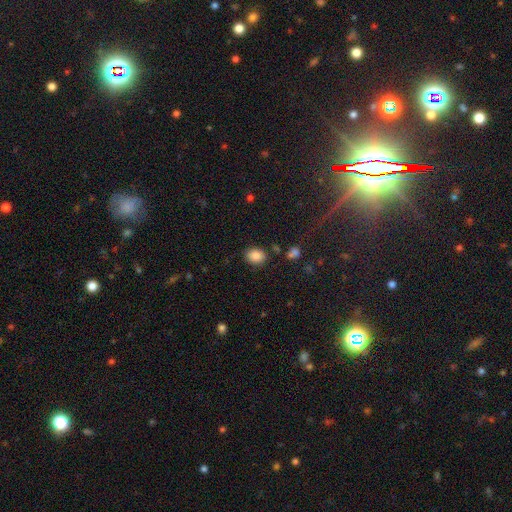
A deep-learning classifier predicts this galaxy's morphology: This appears to be a smooth galaxy with no disk features (87%) that is in between round and cigar-shaped (56%). Merging: none (84%).